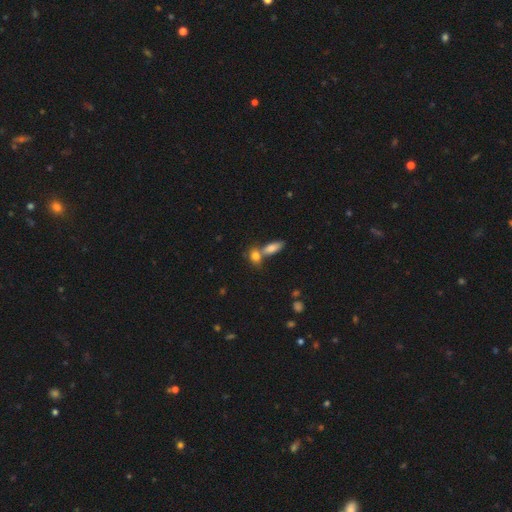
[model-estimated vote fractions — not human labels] smooth 80%, featured or disk 11%, star or artifact 9%. Down the decision tree: how rounded — in between (70%); merging — merger (48%).